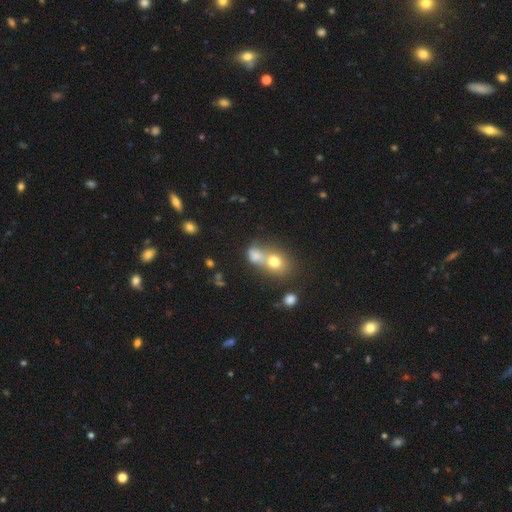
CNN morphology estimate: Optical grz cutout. It shows a smooth galaxy with no disk features (70%) that is round (54%). Merging: merger (60%).